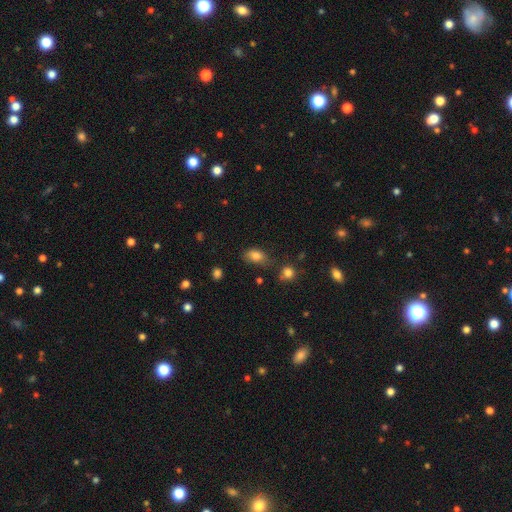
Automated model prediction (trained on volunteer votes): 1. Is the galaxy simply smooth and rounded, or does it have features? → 82% smooth, 10% star or artifact, 8% featured or disk.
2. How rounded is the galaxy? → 85% in between, 13% round, 2% cigar-shaped.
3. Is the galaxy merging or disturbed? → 67% none, 22% minor disturbance, 6% major disturbance, 5% merger.